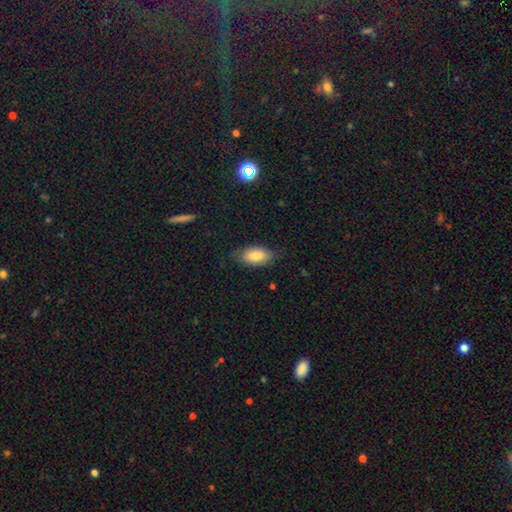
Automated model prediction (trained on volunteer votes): Morphology: type=smooth (85%); roundness=in between (93%); merging=none (79%).